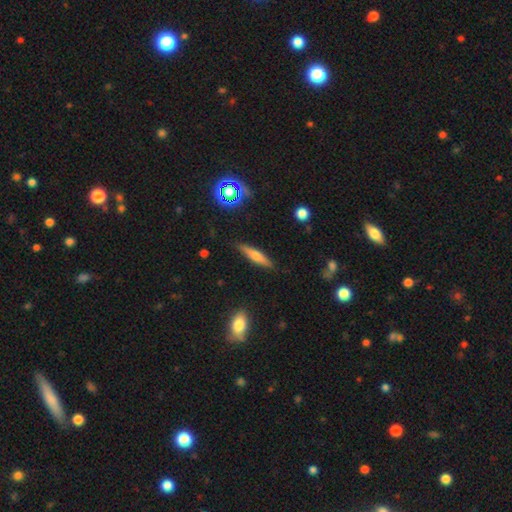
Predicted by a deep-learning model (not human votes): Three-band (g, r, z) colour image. It shows a smooth galaxy with no disk features (52%) that is cigar-shaped (83%). Merging: none (87%).